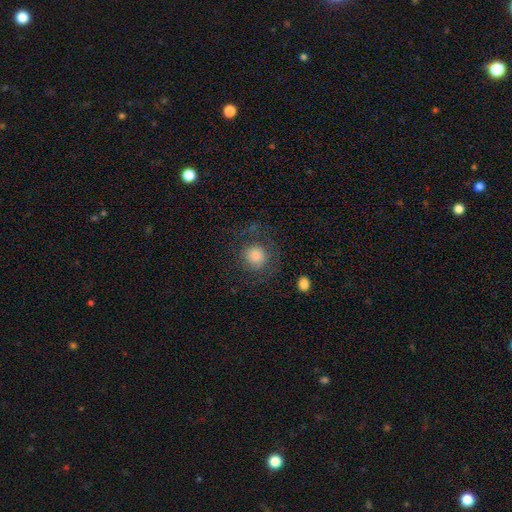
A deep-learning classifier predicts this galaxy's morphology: smooth_or_featured: smooth (p=0.70) [alt: featured or disk p=0.20]
how_rounded: round (p=0.90) [alt: in between p=0.09]
merging: none (p=0.67) [alt: major disturbance p=0.16]